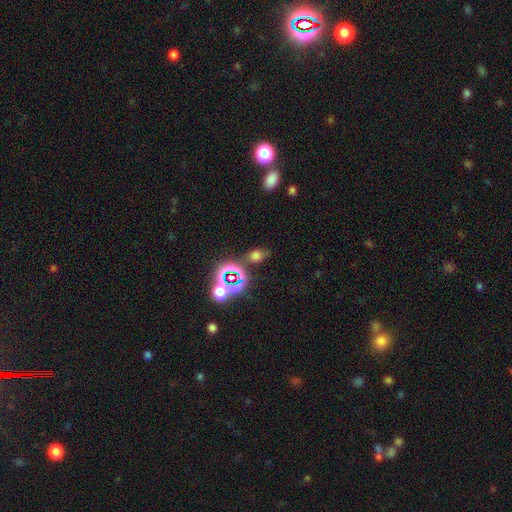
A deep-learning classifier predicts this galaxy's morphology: A smooth galaxy with no disk features (52%) that is in between round and cigar-shaped (64%). Merging: none (62%).